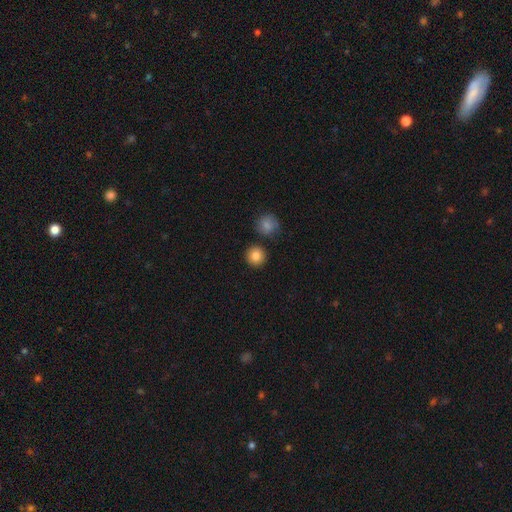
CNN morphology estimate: This appears to be a smooth galaxy with no disk features (85%) that is round (94%). Merging: none (87%).